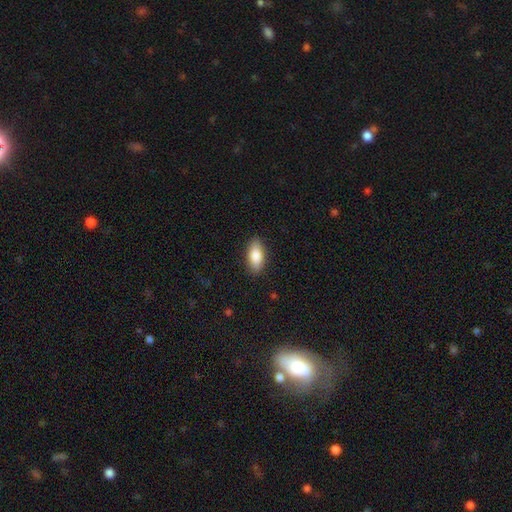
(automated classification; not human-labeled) Smooth or featured? Predicted: smooth (p=0.85). How rounded? Predicted: in between (p=0.85). Merging? Predicted: none (p=0.88).